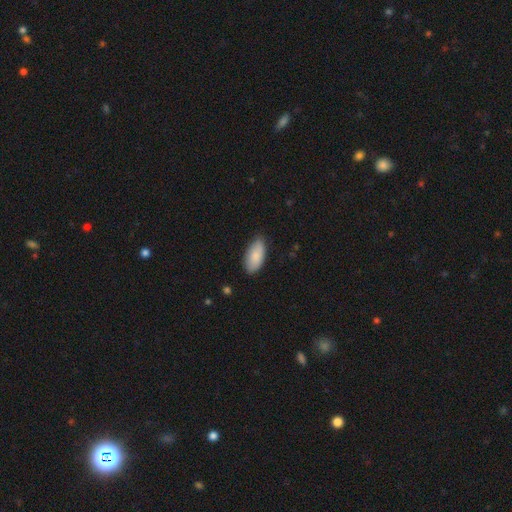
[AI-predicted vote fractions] Smooth or featured?
  - smooth: 86% *
  - featured or disk: 8%
  - star or artifact: 6%
How rounded?
  - in between: 93% *
  - cigar-shaped: 5%
  - round: 2%
Merging?
  - none: 78% *
  - minor disturbance: 18%
  - major disturbance: 3%
  - merger: 1%